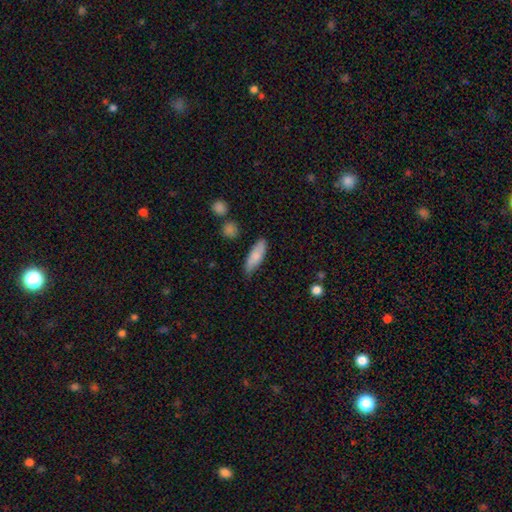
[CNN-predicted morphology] The model was most divided on "how rounded": in between: 55%, cigar-shaped: 43%, round: 2%. More confident: smooth or featured — smooth (80%); merging — none (76%).